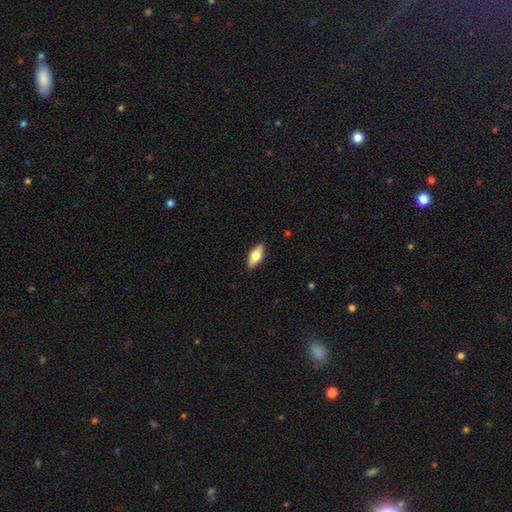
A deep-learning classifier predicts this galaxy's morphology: Smooth or featured?
  - smooth: 70% *
  - featured or disk: 24%
  - star or artifact: 6%
How rounded?
  - in between: 80% *
  - cigar-shaped: 17%
  - round: 3%
Merging?
  - none: 89% *
  - minor disturbance: 9%
  - major disturbance: 2%
  - merger: 1%